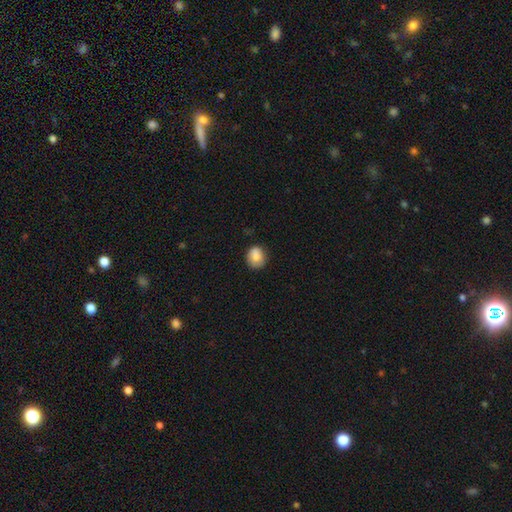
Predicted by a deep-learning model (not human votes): Smooth or featured? smooth (85%)
How rounded? round (66%)
Merging? none (74%)